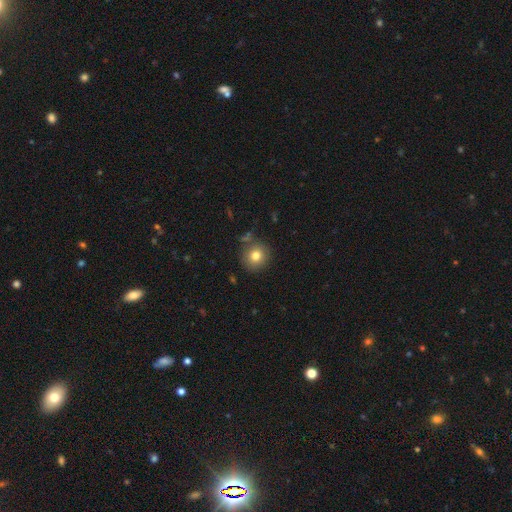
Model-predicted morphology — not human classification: Overall: smooth (79%). How rounded: round (91%). Merging: none (84%).